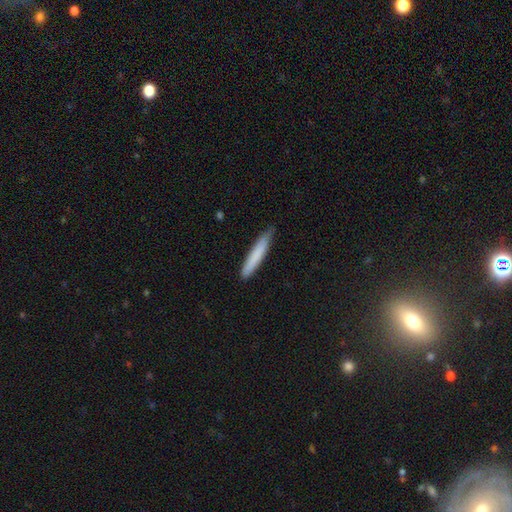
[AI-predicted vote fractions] Overall: smooth (79%). How rounded: cigar-shaped (94%). Merging: none (81%).